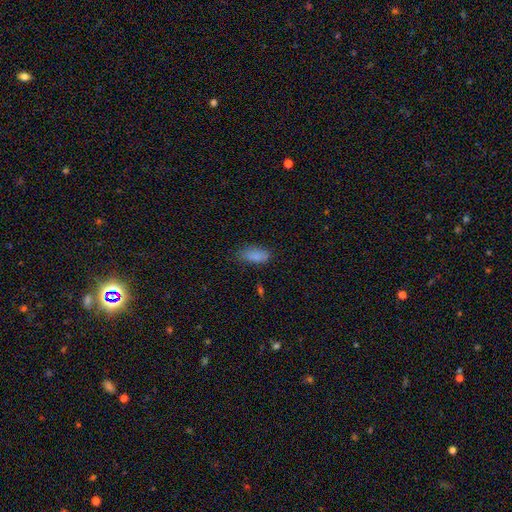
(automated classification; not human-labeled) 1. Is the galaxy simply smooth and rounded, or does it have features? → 84% smooth, 10% star or artifact, 6% featured or disk.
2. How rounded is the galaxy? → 87% in between, 10% cigar-shaped, 3% round.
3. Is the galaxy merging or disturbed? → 71% none, 22% minor disturbance, 6% major disturbance, 2% merger.